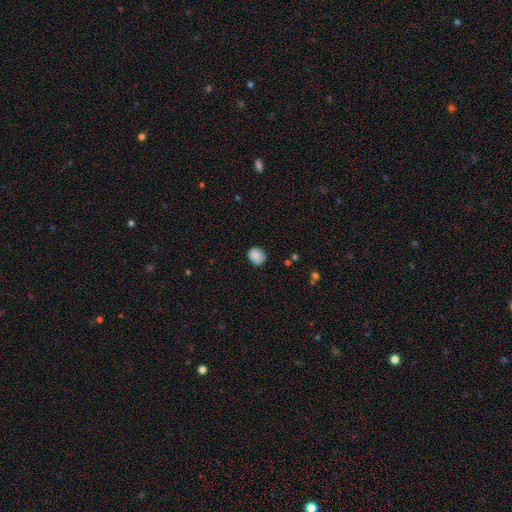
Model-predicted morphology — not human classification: type=smooth (86%); roundness=round (69%); merging=none (79%).